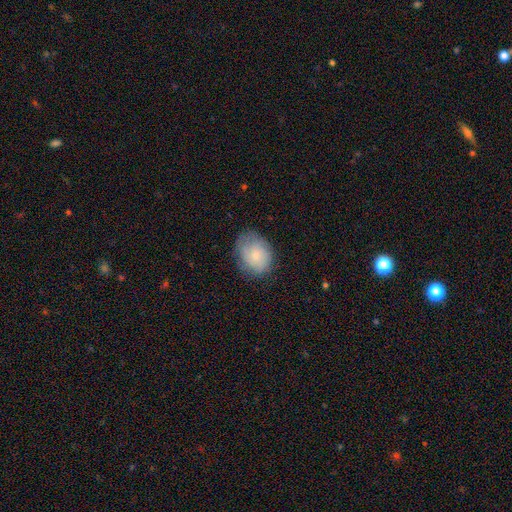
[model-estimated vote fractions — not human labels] Morphology: type=smooth (68%); roundness=in between (54%); merging=none (71%).